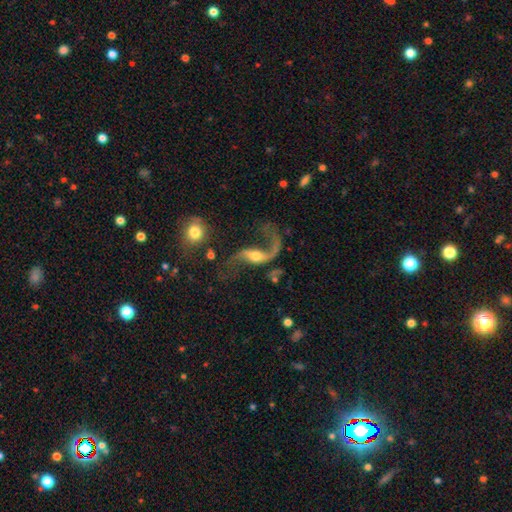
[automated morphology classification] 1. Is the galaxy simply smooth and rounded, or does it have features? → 87% featured or disk, 7% smooth, 6% star or artifact.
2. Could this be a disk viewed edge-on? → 95% no, 5% yes.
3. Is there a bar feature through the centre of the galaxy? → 41% no, 36% weak, 23% strong.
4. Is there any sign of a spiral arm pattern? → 94% yes, 6% no.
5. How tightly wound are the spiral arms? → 91% loose, 7% medium, 2% tight.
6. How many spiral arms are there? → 85% 2, 10% 1, 1% can't tell, 1% 3, 1% 4, 1% more than 4.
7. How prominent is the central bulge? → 59% moderate, 26% small, 10% large, 3% none, 2% dominant.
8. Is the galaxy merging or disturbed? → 53% none, 25% major disturbance, 14% minor disturbance, 7% merger.